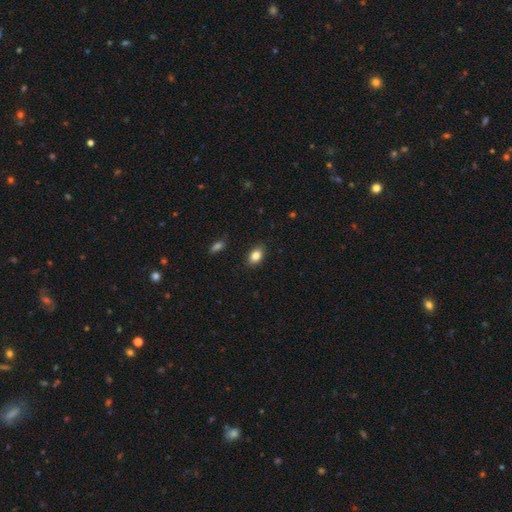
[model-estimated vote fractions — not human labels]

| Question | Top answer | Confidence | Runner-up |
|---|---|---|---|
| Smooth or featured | smooth | 84% | star or artifact (9%) |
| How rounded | in between | 84% | round (14%) |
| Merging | none | 87% | minor disturbance (10%) |